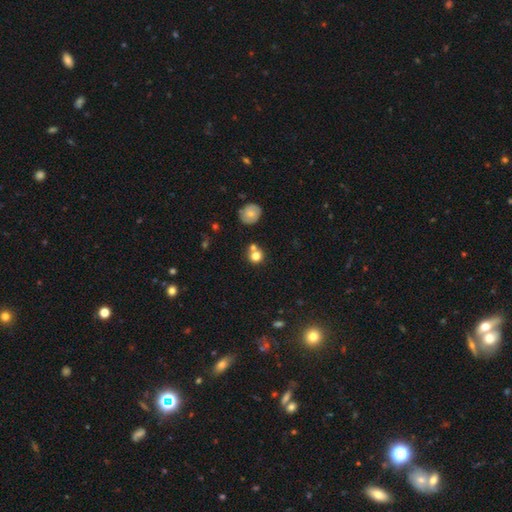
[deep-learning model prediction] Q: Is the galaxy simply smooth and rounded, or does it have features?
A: smooth — 78%.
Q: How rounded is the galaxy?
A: round — 88%.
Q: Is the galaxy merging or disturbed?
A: none — 60%.